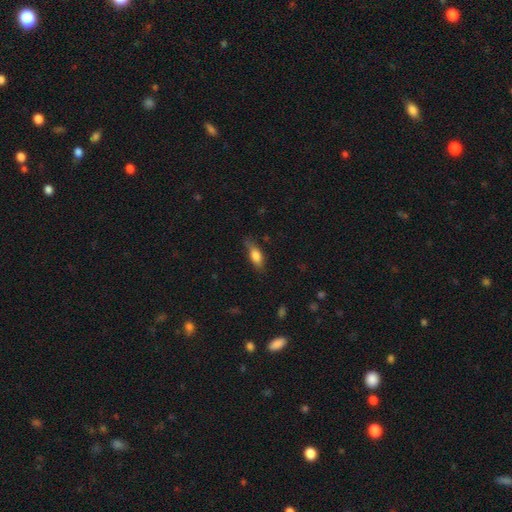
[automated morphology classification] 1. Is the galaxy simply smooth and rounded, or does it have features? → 76% smooth, 16% featured or disk, 8% star or artifact.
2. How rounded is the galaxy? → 69% in between, 28% cigar-shaped, 3% round.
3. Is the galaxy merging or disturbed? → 66% none, 25% minor disturbance, 7% major disturbance, 2% merger.